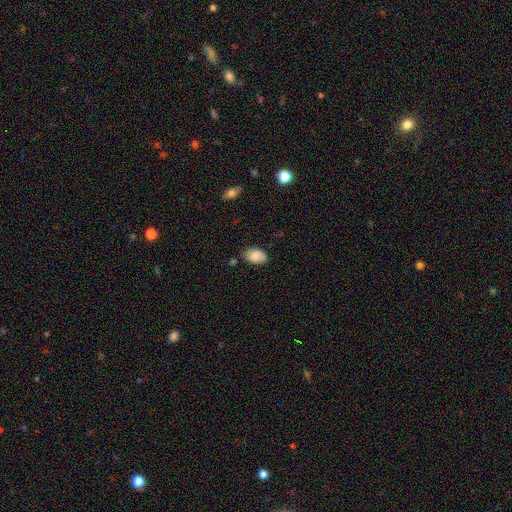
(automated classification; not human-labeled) smooth 82%, featured or disk 10%, star or artifact 8%. Down the decision tree: how rounded — in between (89%); merging — none (72%).